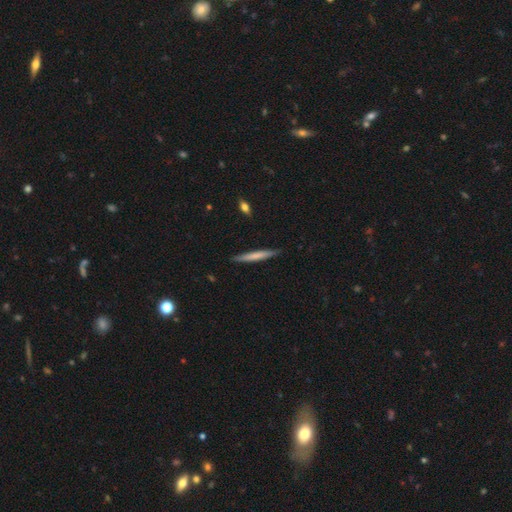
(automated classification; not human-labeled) smooth 63%, featured or disk 32%, star or artifact 5%. Down the decision tree: how rounded — cigar-shaped (96%); merging — none (88%).